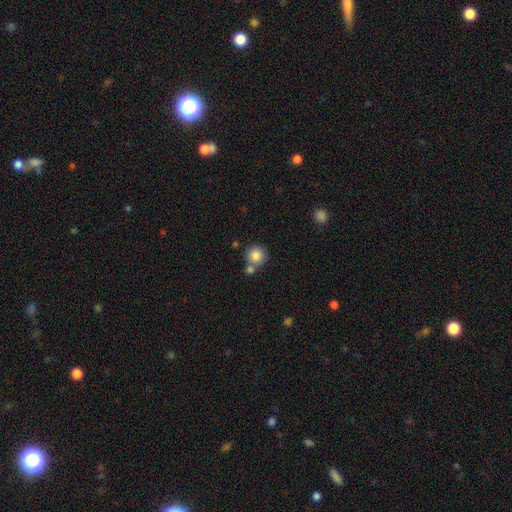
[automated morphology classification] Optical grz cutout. It shows a smooth galaxy with no disk features (84%) that is round (92%). Merging: none (63%).